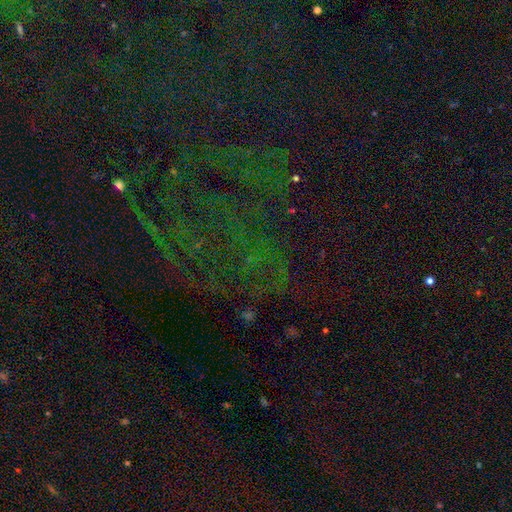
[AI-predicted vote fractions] smooth-or-featured: star or artifact: 79% | smooth: 11% | featured or disk: 11%